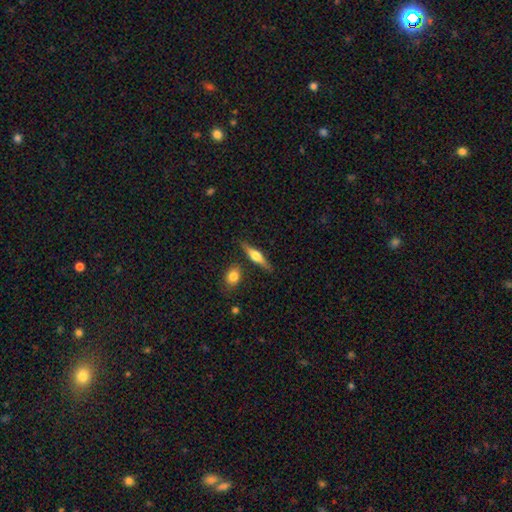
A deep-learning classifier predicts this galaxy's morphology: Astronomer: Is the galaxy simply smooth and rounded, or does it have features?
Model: featured or disk — 63%.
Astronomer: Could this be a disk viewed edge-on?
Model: yes — 96%.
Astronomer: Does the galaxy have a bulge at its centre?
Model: rounded — 90%.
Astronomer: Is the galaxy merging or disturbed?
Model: none — 82%.